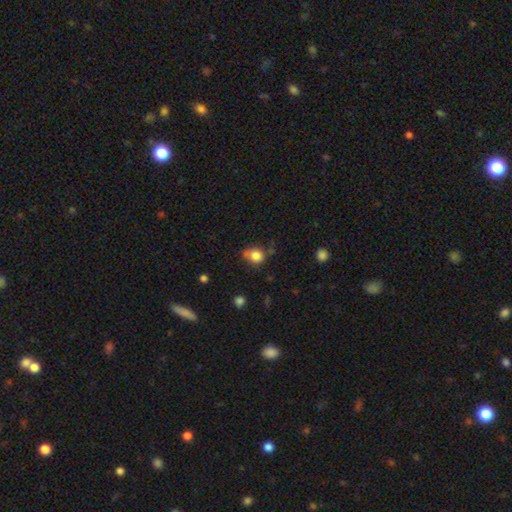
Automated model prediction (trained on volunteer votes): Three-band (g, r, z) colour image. It shows a smooth galaxy with no disk features (82%) that is round (64%). Merging: none (54%).